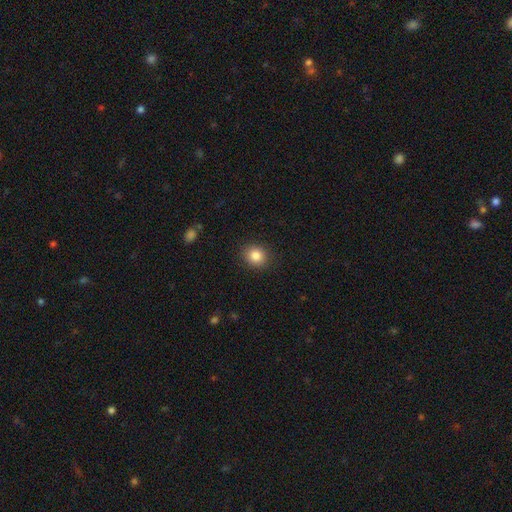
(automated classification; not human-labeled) Smooth or featured?
  - smooth: 85% *
  - star or artifact: 10%
  - featured or disk: 5%
How rounded?
  - round: 79% *
  - in between: 20%
  - cigar-shaped: 1%
Merging?
  - none: 90% *
  - minor disturbance: 7%
  - major disturbance: 2%
  - merger: 1%